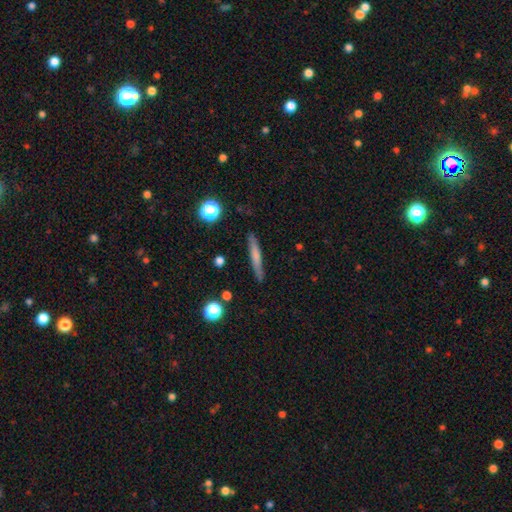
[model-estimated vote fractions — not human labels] Q: Smooth or featured?
A: smooth (59%); runner-up: featured or disk (33%)
Q: How rounded?
A: cigar-shaped (93%); runner-up: in between (5%)
Q: Merging?
A: none (88%); runner-up: minor disturbance (9%)